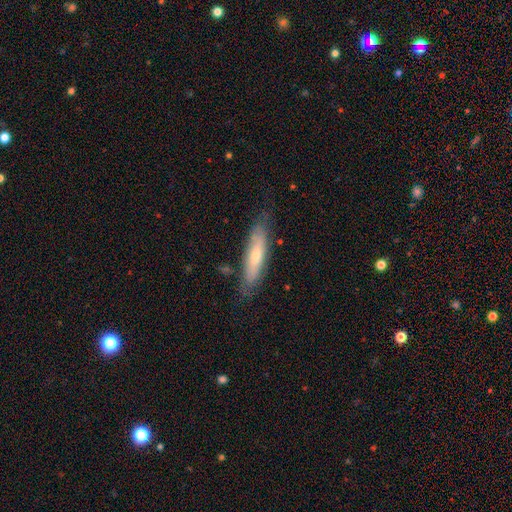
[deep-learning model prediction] Smooth or featured? Predicted: smooth (p=0.54). How rounded? Predicted: cigar-shaped (p=0.74). Merging? Predicted: none (p=0.76).